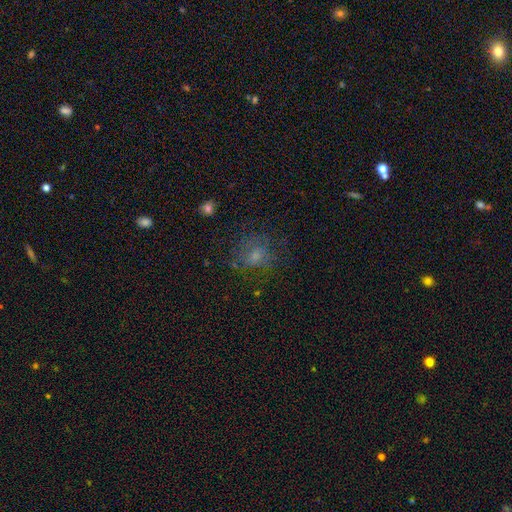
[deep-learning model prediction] Smooth or featured? smooth (52%)
How rounded? round (72%)
Merging? none (65%)